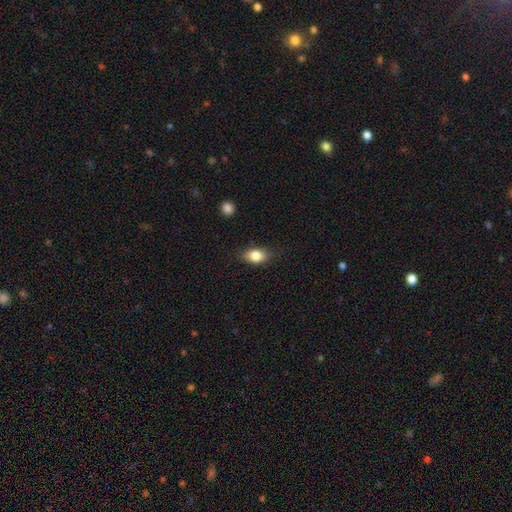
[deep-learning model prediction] Q: Smooth or featured?
A: smooth (82%); runner-up: featured or disk (10%)
Q: How rounded?
A: in between (77%); runner-up: round (20%)
Q: Merging?
A: none (78%); runner-up: minor disturbance (17%)